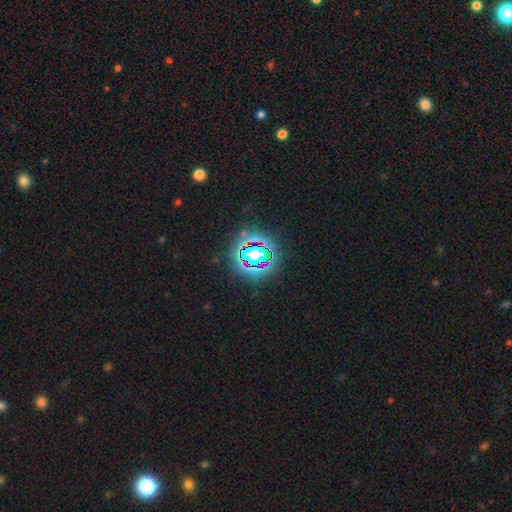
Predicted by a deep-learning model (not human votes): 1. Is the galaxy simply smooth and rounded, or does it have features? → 83% star or artifact, 11% smooth, 6% featured or disk.